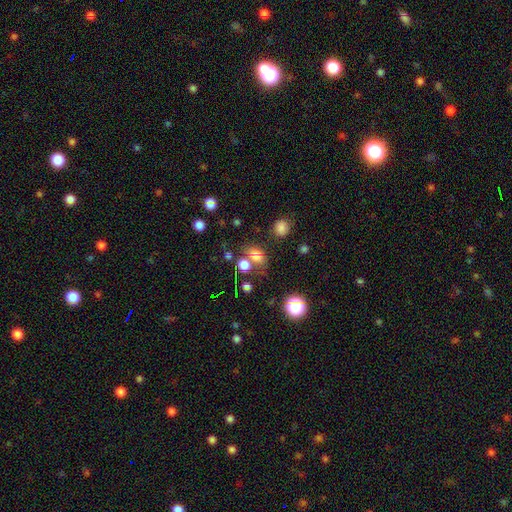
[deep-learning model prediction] Smooth or featured? smooth (66%)
How rounded? in between (59%)
Merging? none (50%)